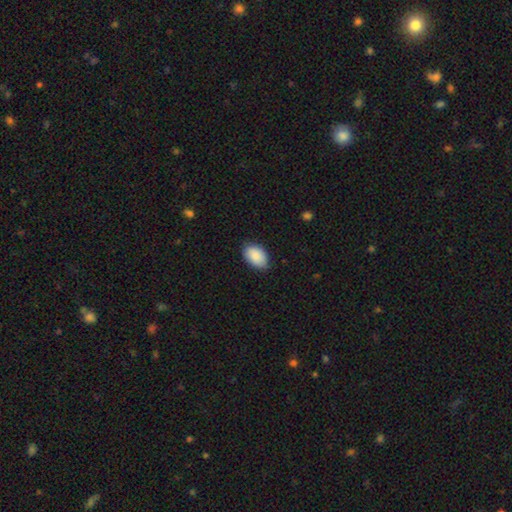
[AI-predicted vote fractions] smooth-or-featured: smooth: 90% | star or artifact: 6% | featured or disk: 4%
  how-rounded: in between: 91% | round: 8% | cigar-shaped: 1%
  merging: none: 83% | minor disturbance: 14% | major disturbance: 2% | merger: 1%